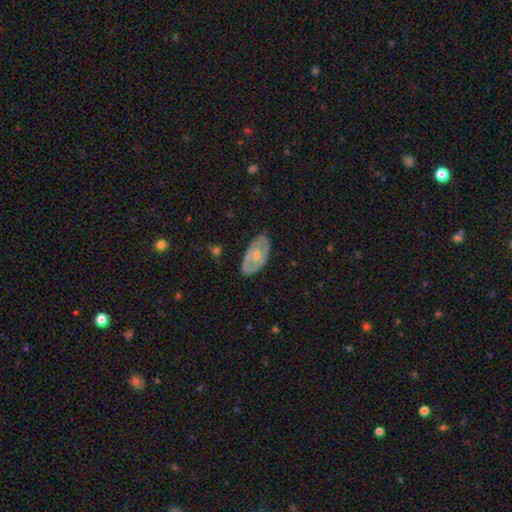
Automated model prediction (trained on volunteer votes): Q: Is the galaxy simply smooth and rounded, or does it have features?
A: featured or disk — 65%.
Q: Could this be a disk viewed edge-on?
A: no — 90%.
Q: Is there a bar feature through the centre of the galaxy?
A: no — 69%.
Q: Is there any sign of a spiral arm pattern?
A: no — 62%.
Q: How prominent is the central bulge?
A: moderate — 58%.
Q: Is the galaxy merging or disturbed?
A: none — 78%.